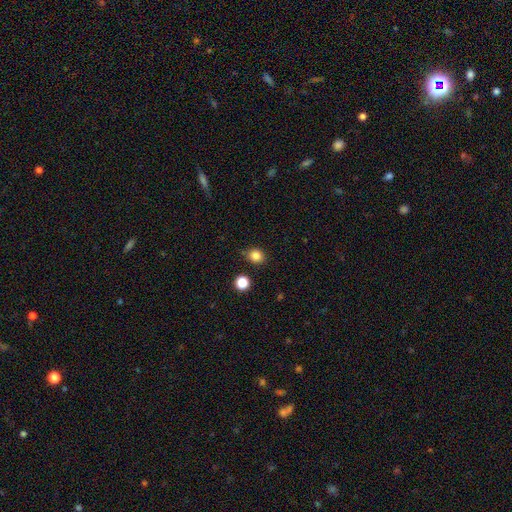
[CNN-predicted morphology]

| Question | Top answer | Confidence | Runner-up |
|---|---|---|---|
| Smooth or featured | smooth | 83% | star or artifact (12%) |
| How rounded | round | 75% | in between (24%) |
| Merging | none | 80% | minor disturbance (13%) |